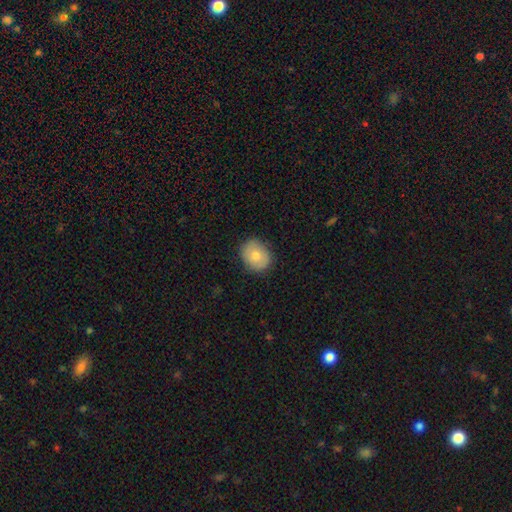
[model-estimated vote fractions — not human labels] Smooth or featured? smooth (77%)
How rounded? round (58%)
Merging? none (85%)